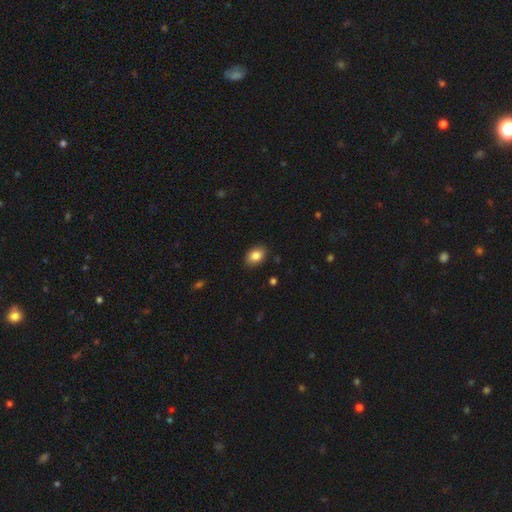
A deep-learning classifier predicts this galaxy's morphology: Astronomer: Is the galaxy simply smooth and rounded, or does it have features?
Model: smooth — 86%.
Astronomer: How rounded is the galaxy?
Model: in between — 80%.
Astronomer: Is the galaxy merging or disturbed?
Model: none — 87%.